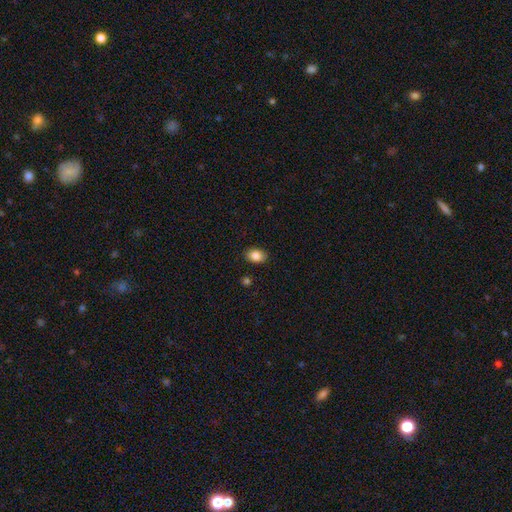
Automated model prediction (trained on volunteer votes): A smooth galaxy with no disk features (86%) that is in between round and cigar-shaped (76%). Merging: none (89%).